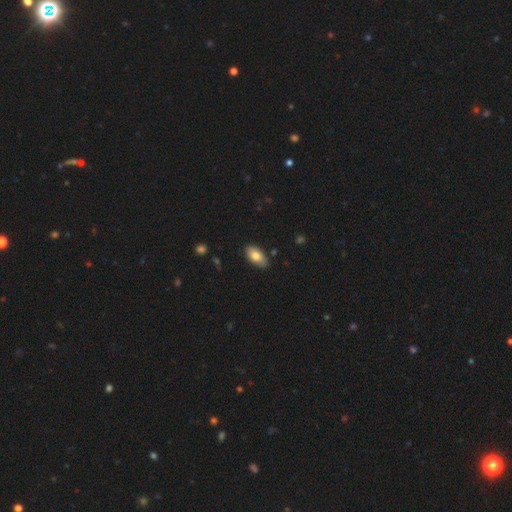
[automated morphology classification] Smooth or featured? Predicted: smooth (p=0.80). How rounded? Predicted: in between (p=0.93). Merging? Predicted: none (p=0.84).